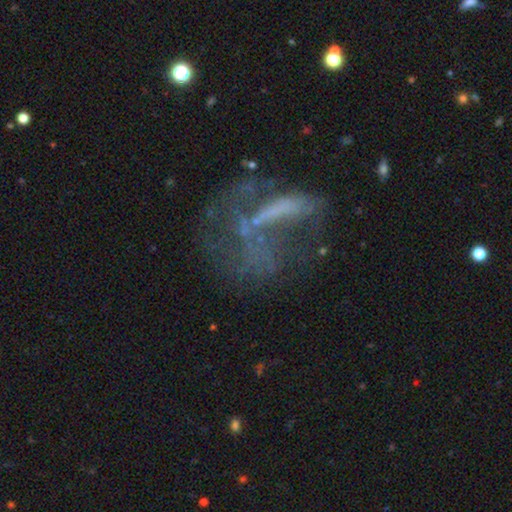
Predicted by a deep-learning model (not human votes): A featured or disk galaxy (56%) with no bar (64%), no spiral arms (76%) and no central bulge (75%). Merging: major disturbance (46%).